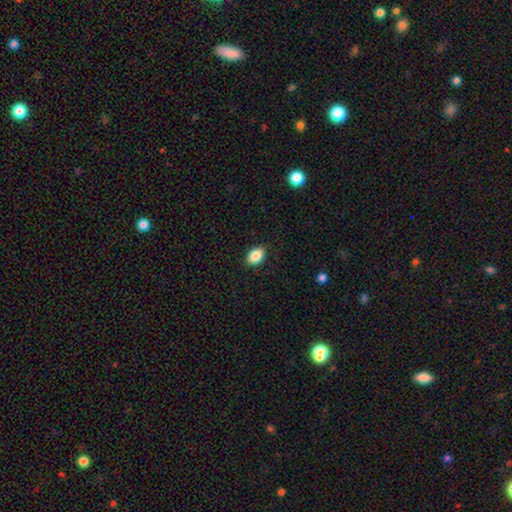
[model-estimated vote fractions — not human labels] Smooth or featured? smooth (87%)
How rounded? in between (85%)
Merging? none (89%)